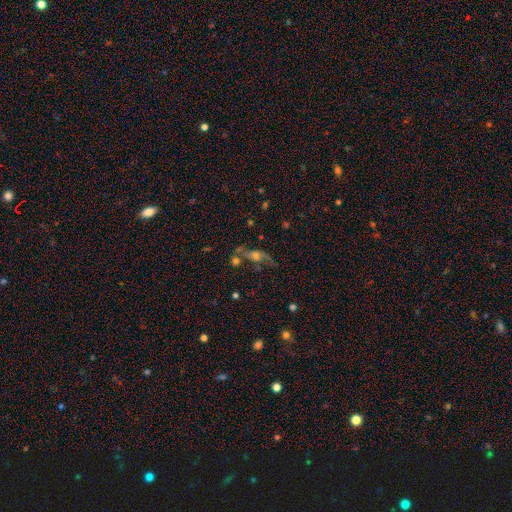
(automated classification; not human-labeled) A featured or disk galaxy (51%).

Vote fractions:
- Smooth or featured? featured or disk: 51% / smooth: 31% / star or artifact: 18%
- Edge-on disk? no: 77% / yes: 23%
- Merging? none: 41% / merger: 24% / major disturbance: 18% / minor disturbance: 17%